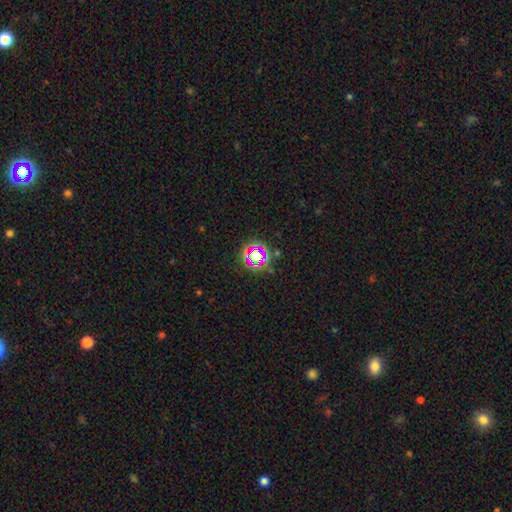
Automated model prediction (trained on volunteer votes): Smooth or featured? Predicted: star or artifact (p=0.63).